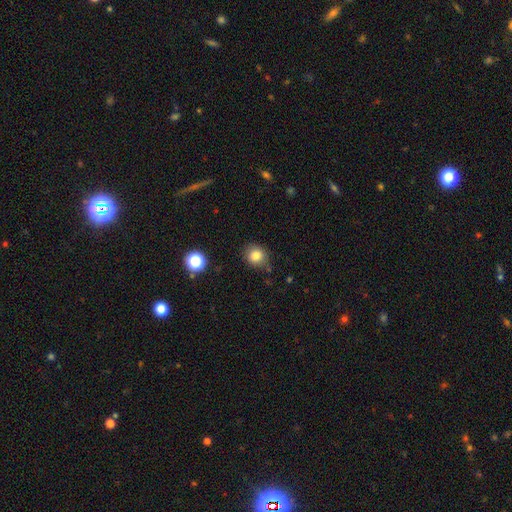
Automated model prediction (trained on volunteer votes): Smooth or featured: smooth — 82% (star or artifact — 12%)
How rounded: round — 80% (in between — 19%)
Merging: none — 79% (minor disturbance — 15%)